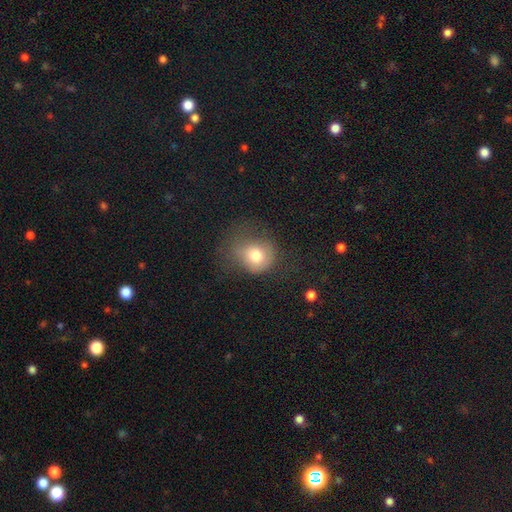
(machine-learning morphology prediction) Smooth or featured?
  - smooth: 75% *
  - featured or disk: 14%
  - star or artifact: 11%
How rounded?
  - round: 71% *
  - in between: 28%
  - cigar-shaped: 1%
Merging?
  - none: 43% *
  - minor disturbance: 29%
  - major disturbance: 26%
  - merger: 2%